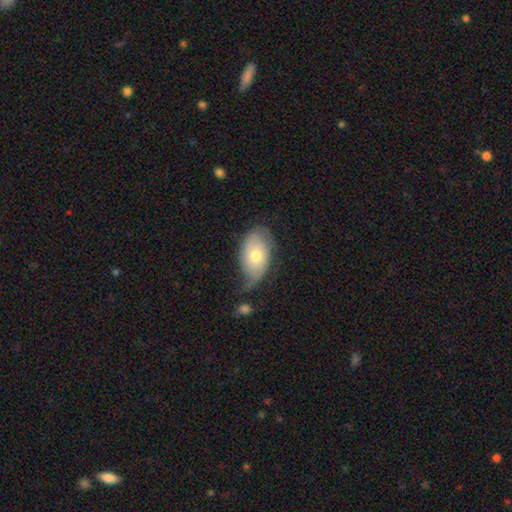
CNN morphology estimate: smooth-or-featured: smooth: 52% | featured or disk: 41% | star or artifact: 7%
  how-rounded: in between: 90% | round: 8% | cigar-shaped: 2%
  merging: none: 49% | minor disturbance: 33% | major disturbance: 14% | merger: 5%